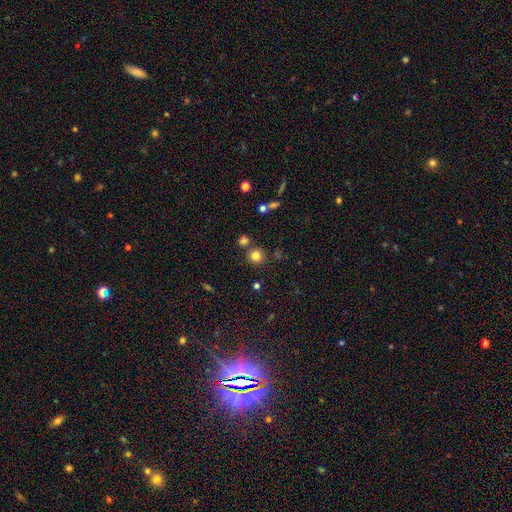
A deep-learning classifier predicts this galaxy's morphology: Smooth or featured?
  - smooth: 79% *
  - star or artifact: 14%
  - featured or disk: 6%
How rounded?
  - round: 92% *
  - in between: 7%
  - cigar-shaped: 1%
Merging?
  - none: 80% *
  - merger: 10%
  - minor disturbance: 7%
  - major disturbance: 3%